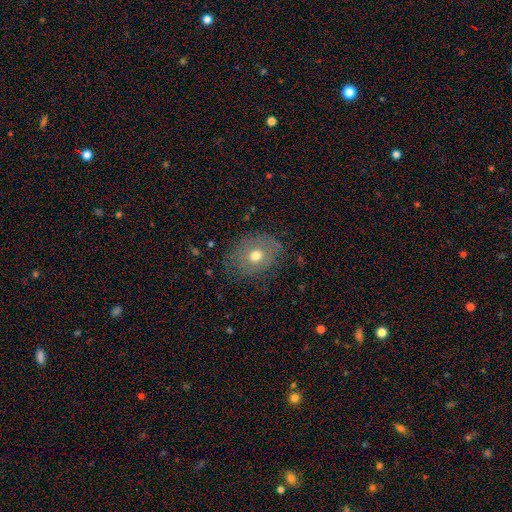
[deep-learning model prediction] Q: Smooth or featured?
A: smooth (61%); runner-up: featured or disk (28%)
Q: How rounded?
A: round (50%); runner-up: in between (49%)
Q: Merging?
A: none (75%); runner-up: minor disturbance (17%)